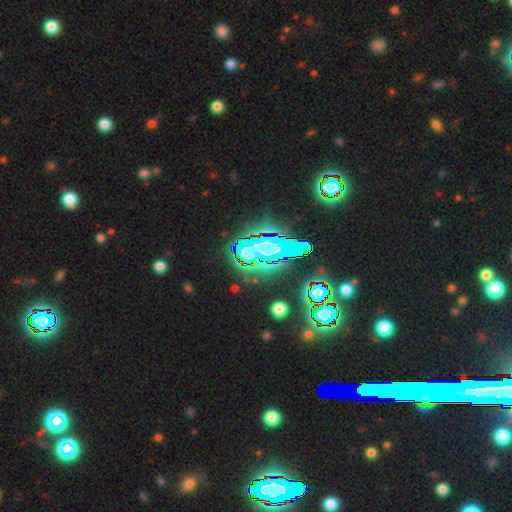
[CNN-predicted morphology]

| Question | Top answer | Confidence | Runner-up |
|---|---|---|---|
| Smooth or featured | star or artifact | 78% | smooth (11%) |